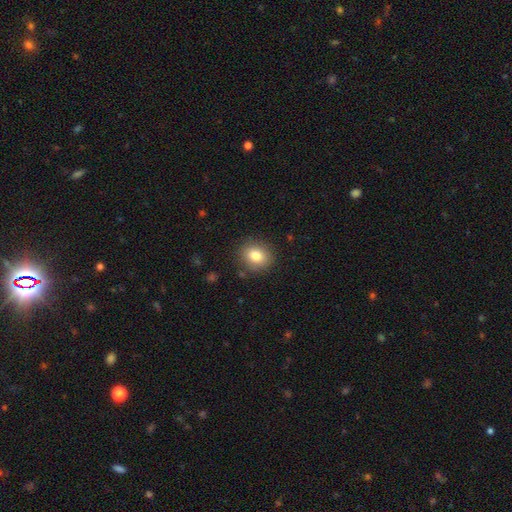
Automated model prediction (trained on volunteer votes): This is clearly a smooth galaxy (81%). How rounded: likely round (68%). Merging: clearly none (87%).